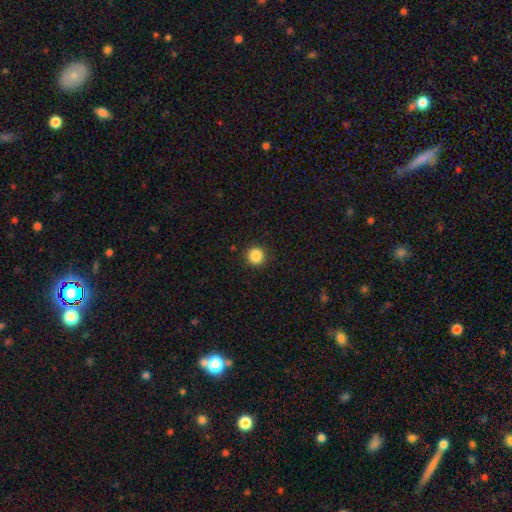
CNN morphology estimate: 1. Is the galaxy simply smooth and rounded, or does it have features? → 87% smooth, 10% star or artifact, 3% featured or disk.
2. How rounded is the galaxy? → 95% round, 4% in between, 1% cigar-shaped.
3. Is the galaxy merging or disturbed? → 92% none, 5% minor disturbance, 2% major disturbance, 1% merger.